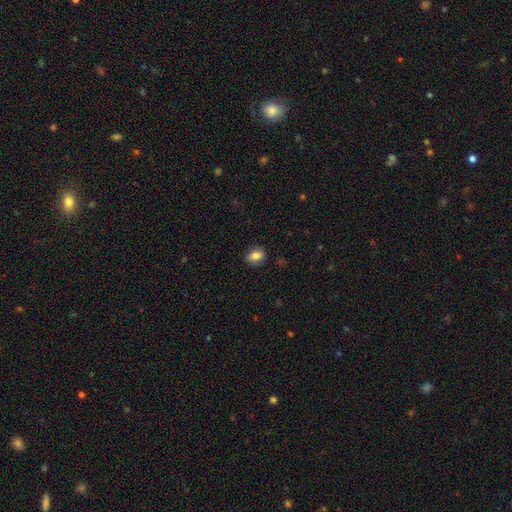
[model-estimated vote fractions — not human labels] smooth_or_featured: smooth (p=0.83) [alt: star or artifact p=0.09]
how_rounded: in between (p=0.69) [alt: round p=0.29]
merging: none (p=0.83) [alt: minor disturbance p=0.13]